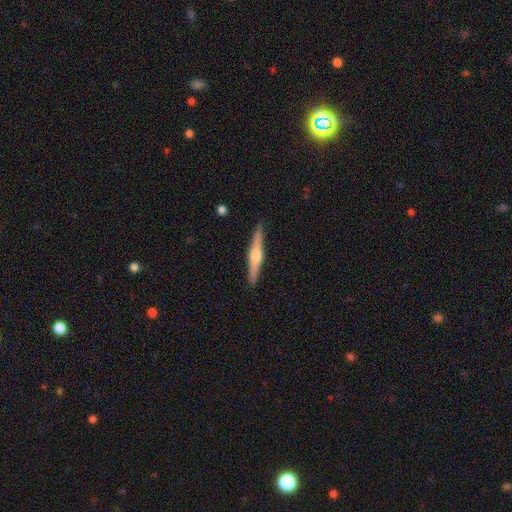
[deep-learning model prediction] Smooth or featured? featured or disk (70%)
Edge-on disk? yes (98%)
Edge-on bulge? rounded (87%)
Merging? none (91%)